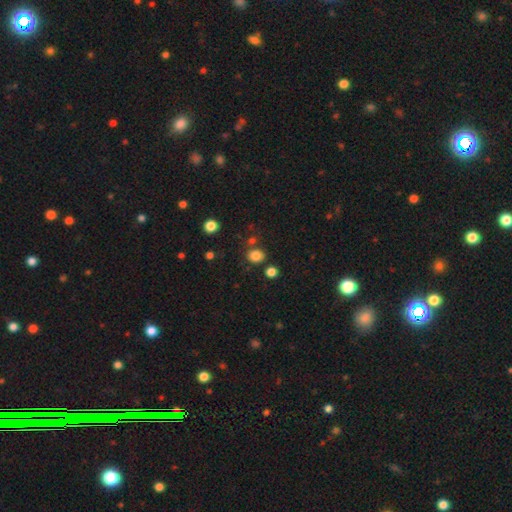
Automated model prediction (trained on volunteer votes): Smooth or featured?
  - smooth: 82% *
  - star or artifact: 13%
  - featured or disk: 5%
How rounded?
  - round: 74% *
  - in between: 25%
  - cigar-shaped: 1%
Merging?
  - none: 78% *
  - minor disturbance: 10%
  - merger: 9%
  - major disturbance: 3%